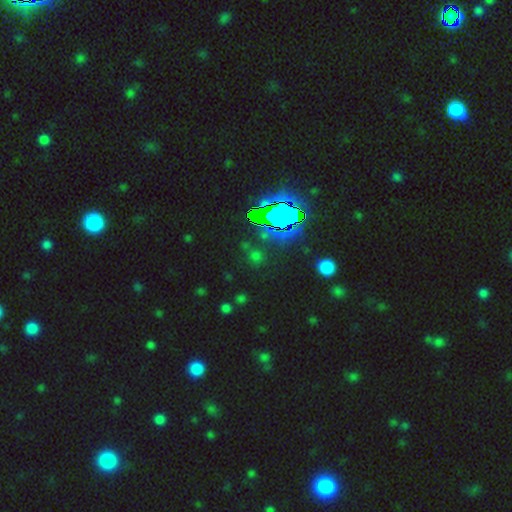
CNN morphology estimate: smooth_or_featured: star or artifact (p=0.65) [alt: smooth p=0.26]